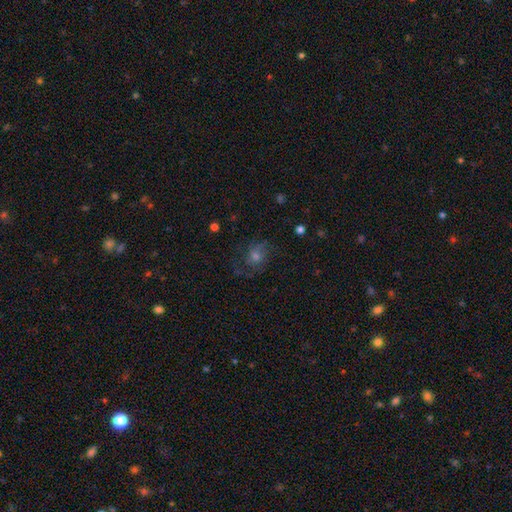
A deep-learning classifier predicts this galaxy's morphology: Smooth or featured?
  - featured or disk: 50% *
  - smooth: 31%
  - star or artifact: 19%
Merging?
  - none: 62% *
  - minor disturbance: 19%
  - major disturbance: 17%
  - merger: 2%